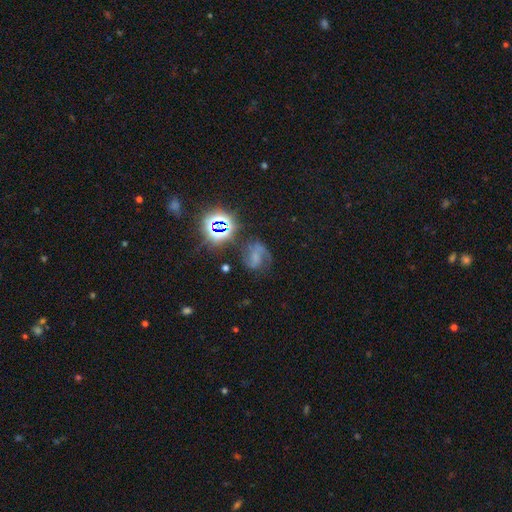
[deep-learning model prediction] Smooth or featured: featured or disk — 62% (star or artifact — 22%)
Edge-on disk: no — 97% (yes — 3%)
Bar: no — 41% (weak — 38%)
Spiral arms: yes — 92% (no — 8%)
Spiral winding: medium — 48% (loose — 36%)
Spiral arm count: 2 — 80% (1 — 10%)
Bulge size: none — 48% (small — 27%)
Merging: none — 57% (minor disturbance — 21%)